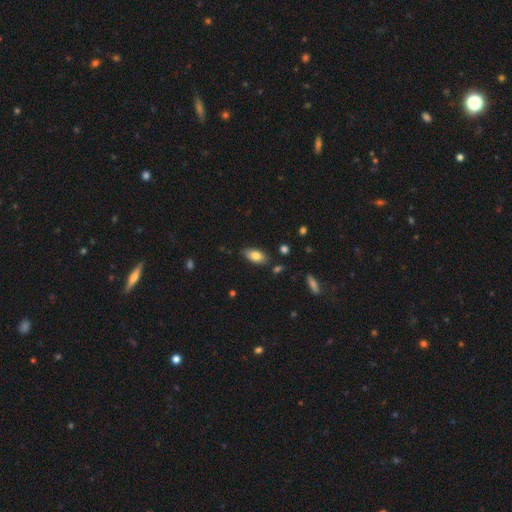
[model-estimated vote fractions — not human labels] A smooth galaxy with no disk features (79%) that is in between round and cigar-shaped (90%).

Vote fractions:
- Smooth or featured? smooth: 79% / featured or disk: 14% / star or artifact: 7%
- How rounded? in between: 90% / cigar-shaped: 7% / round: 3%
- Merging? none: 81% / minor disturbance: 14% / merger: 3% / major disturbance: 2%